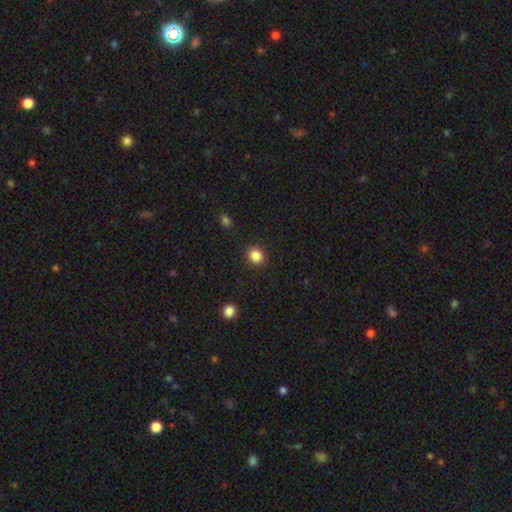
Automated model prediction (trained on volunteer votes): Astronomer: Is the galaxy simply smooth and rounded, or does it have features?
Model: smooth — 86%.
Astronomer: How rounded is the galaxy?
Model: round — 78%.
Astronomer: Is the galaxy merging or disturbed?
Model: none — 90%.